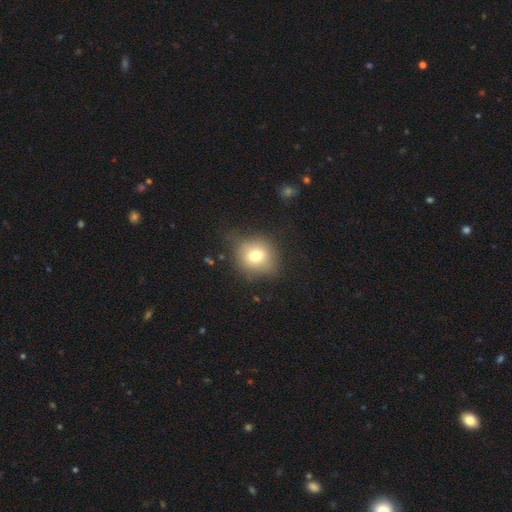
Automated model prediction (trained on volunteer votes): Morphology: type=smooth (72%); roundness=round (84%); merging=none (70%).